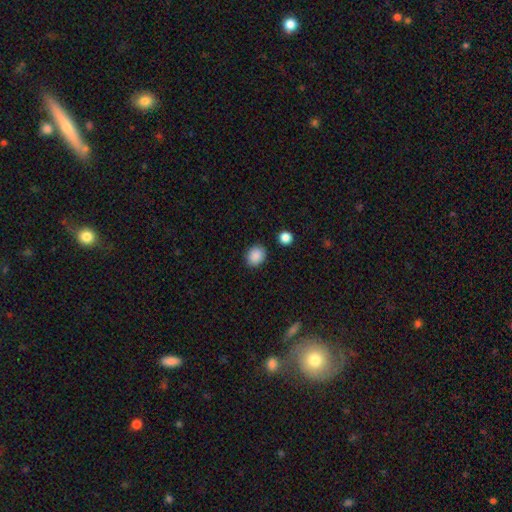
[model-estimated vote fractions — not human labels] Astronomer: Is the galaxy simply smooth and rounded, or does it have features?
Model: smooth — 88%.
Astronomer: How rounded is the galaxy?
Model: round — 58% (runner-up: in between, 41%).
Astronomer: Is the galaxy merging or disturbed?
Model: none — 86%.